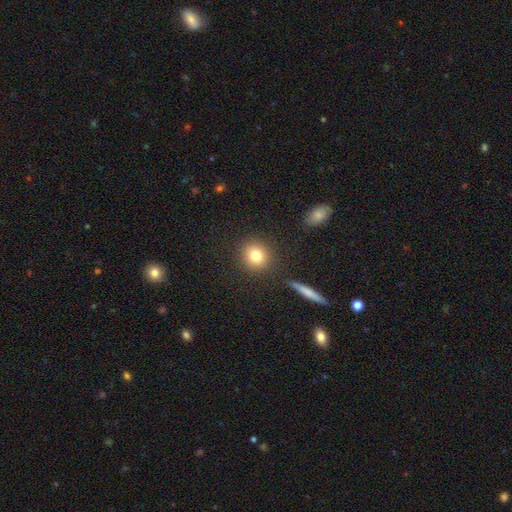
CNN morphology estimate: Overall: smooth (80%). How rounded: round (88%). Merging: none (87%).